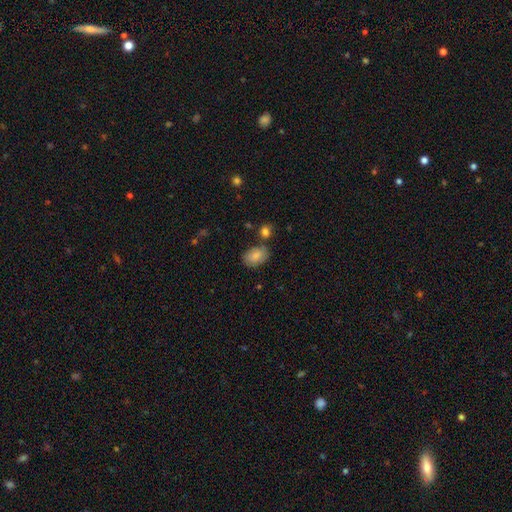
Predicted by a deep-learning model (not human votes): This is clearly a smooth galaxy (81%). How rounded: clearly in between (83%). Merging: likely none (67%).